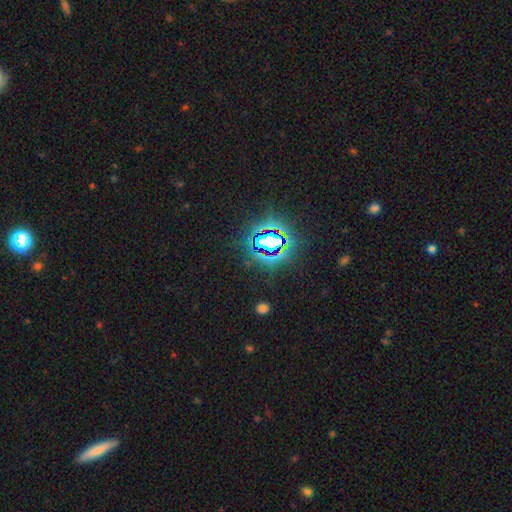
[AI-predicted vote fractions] star or artifact 80%, smooth 13%, featured or disk 7%.